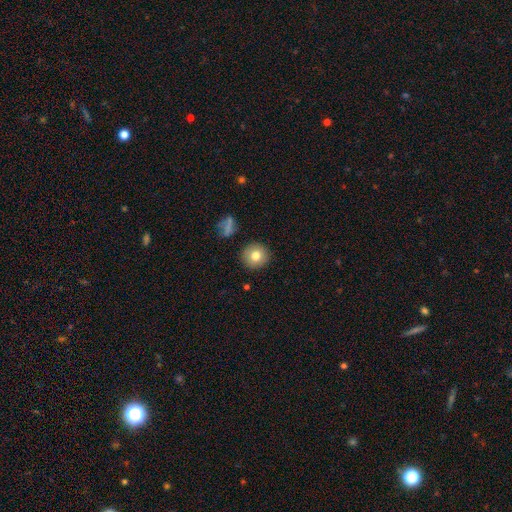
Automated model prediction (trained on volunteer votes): smooth_or_featured: smooth (p=0.79) [alt: featured or disk p=0.11]
how_rounded: round (p=0.91) [alt: in between p=0.08]
merging: none (p=0.90) [alt: minor disturbance p=0.06]